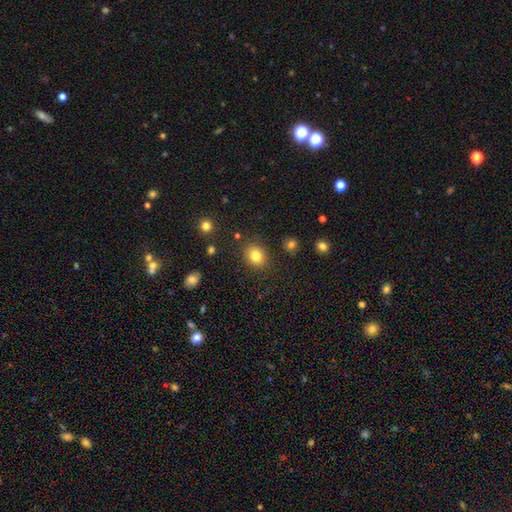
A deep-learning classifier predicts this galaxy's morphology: smooth_or_featured: smooth (p=0.83) [alt: star or artifact p=0.11]
how_rounded: round (p=0.64) [alt: in between p=0.35]
merging: none (p=0.85) [alt: minor disturbance p=0.09]